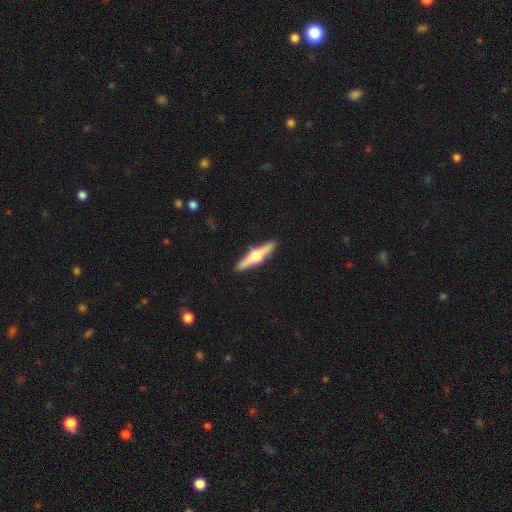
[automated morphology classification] Q: Smooth or featured?
A: featured or disk (73%); runner-up: smooth (22%)
Q: Edge-on disk?
A: yes (97%); runner-up: no (3%)
Q: Edge-on bulge?
A: rounded (95%); runner-up: boxy (4%)
Q: Merging?
A: none (91%); runner-up: minor disturbance (6%)